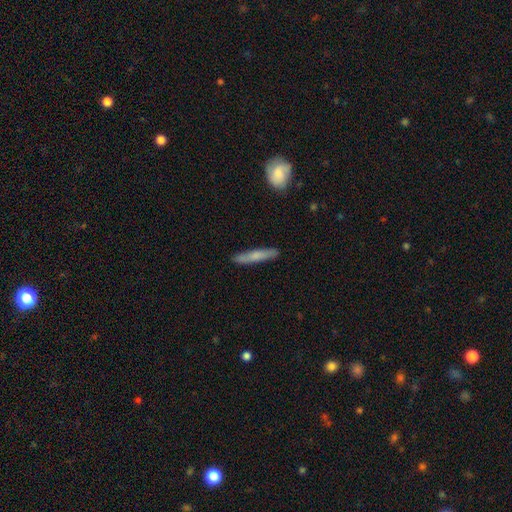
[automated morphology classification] Overall: smooth (68%). How rounded: cigar-shaped (91%). Merging: none (88%).